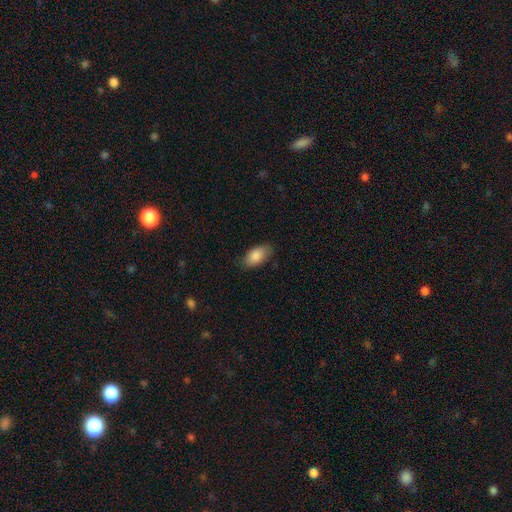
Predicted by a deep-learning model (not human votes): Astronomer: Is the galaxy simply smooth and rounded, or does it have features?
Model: smooth — 86%.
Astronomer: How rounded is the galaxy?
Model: in between — 93%.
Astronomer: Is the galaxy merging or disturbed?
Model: none — 81%.